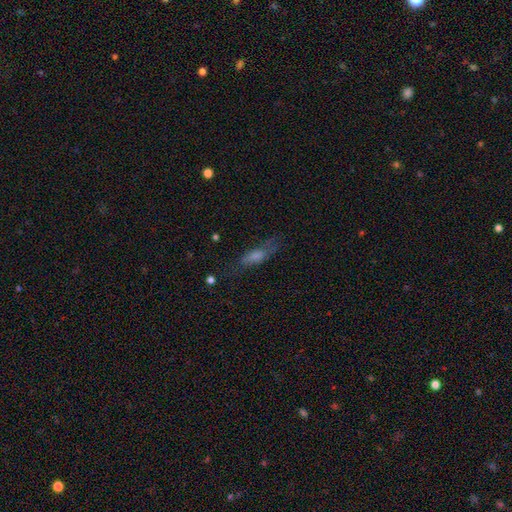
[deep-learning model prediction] smooth 48%, featured or disk 35%, star or artifact 17%. Down the decision tree: merging — none (60%).